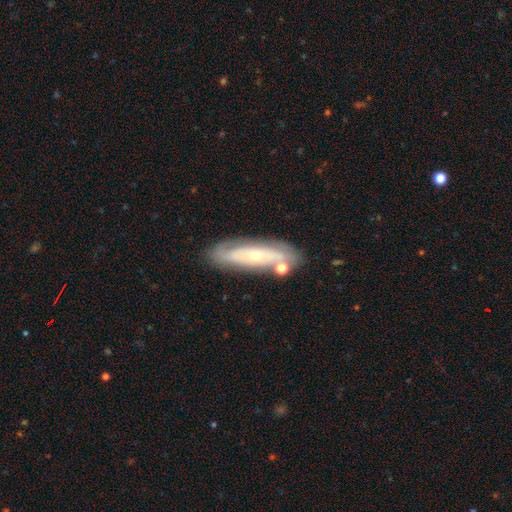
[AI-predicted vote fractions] featured or disk 65%, smooth 28%, star or artifact 7%. Down the decision tree: edge-on disk — no (71%); merging — none (74%).